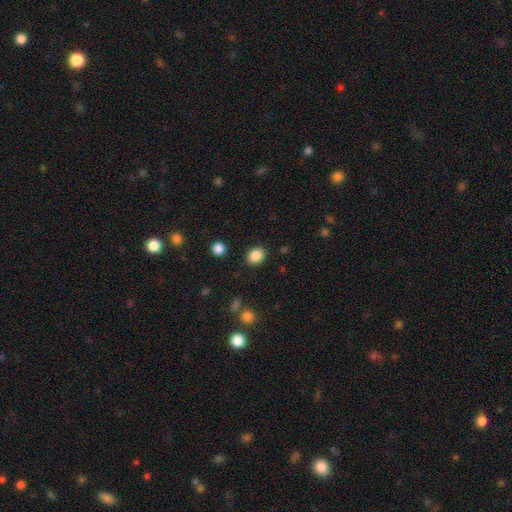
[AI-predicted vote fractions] A smooth galaxy with no disk features (87%) that is in between round and cigar-shaped (55%).

Vote fractions:
- Smooth or featured? smooth: 87% / star or artifact: 9% / featured or disk: 4%
- How rounded? in between: 55% / round: 44% / cigar-shaped: 1%
- Merging? none: 86% / minor disturbance: 9% / major disturbance: 3% / merger: 2%